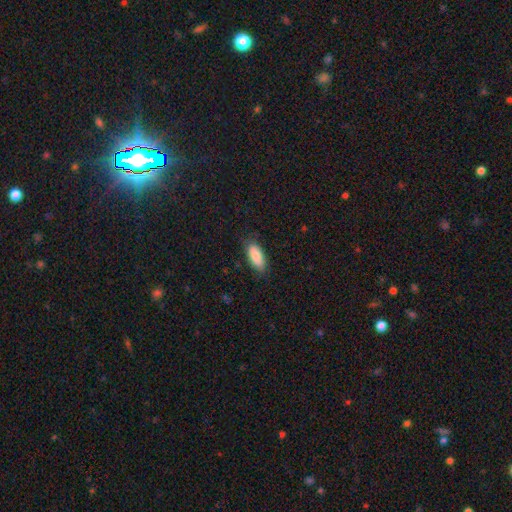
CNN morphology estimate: This is clearly a smooth galaxy (87%). How rounded: clearly in between (85%). Merging: clearly none (81%).